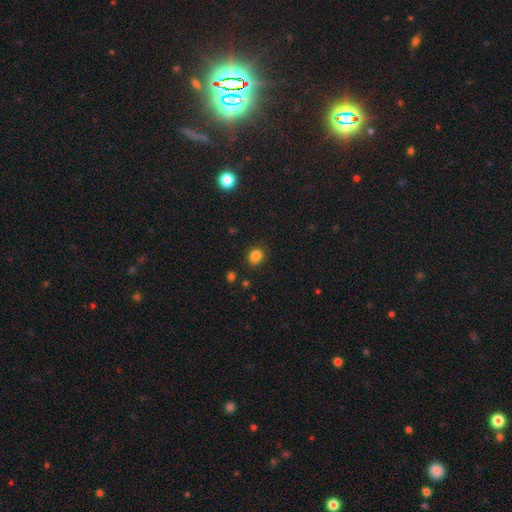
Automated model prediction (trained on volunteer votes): A smooth galaxy with no disk features (83%) that is round (55%).

Vote fractions:
- Smooth or featured? smooth: 83% / star or artifact: 12% / featured or disk: 5%
- How rounded? round: 55% / in between: 44% / cigar-shaped: 1%
- Merging? none: 79% / minor disturbance: 14% / merger: 4% / major disturbance: 3%